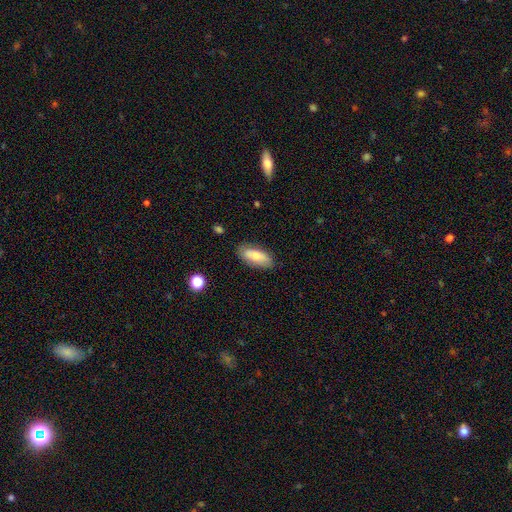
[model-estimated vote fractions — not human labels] Q: Smooth or featured?
A: smooth (69%); runner-up: featured or disk (24%)
Q: How rounded?
A: in between (81%); runner-up: cigar-shaped (16%)
Q: Merging?
A: none (82%); runner-up: minor disturbance (14%)